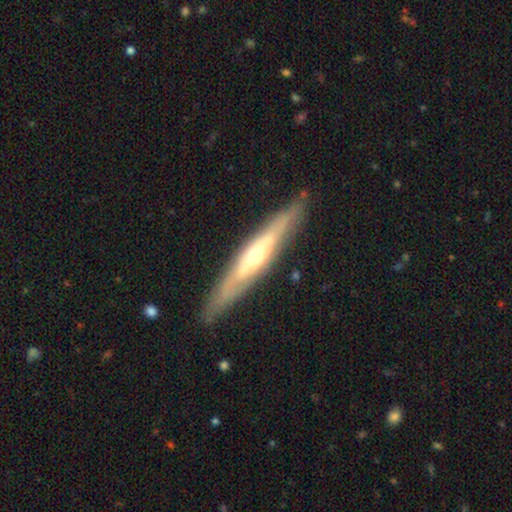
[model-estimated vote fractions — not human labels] A featured or disk galaxy (71%) viewed edge-on (79%) with a rounded central bulge (81%). Merging: none (86%).